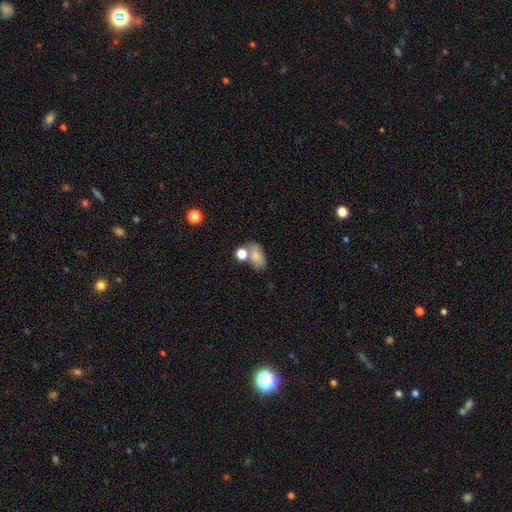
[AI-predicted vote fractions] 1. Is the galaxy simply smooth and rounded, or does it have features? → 75% smooth, 14% featured or disk, 11% star or artifact.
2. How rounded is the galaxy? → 82% in between, 16% round, 2% cigar-shaped.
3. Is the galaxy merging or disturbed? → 44% none, 30% merger, 18% minor disturbance, 8% major disturbance.